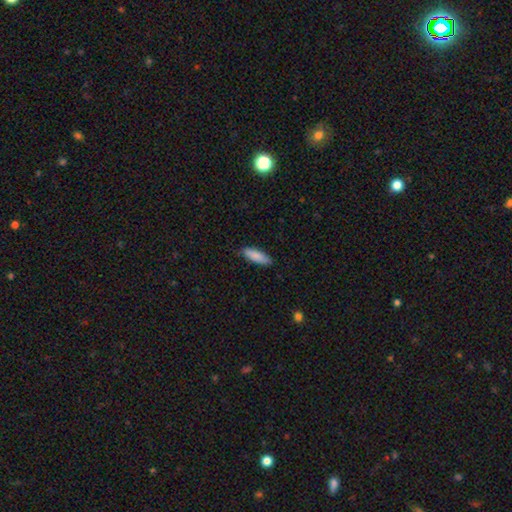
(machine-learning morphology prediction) This appears to be a smooth galaxy with no disk features (87%) that is in between round and cigar-shaped (55%). Merging: none (84%).